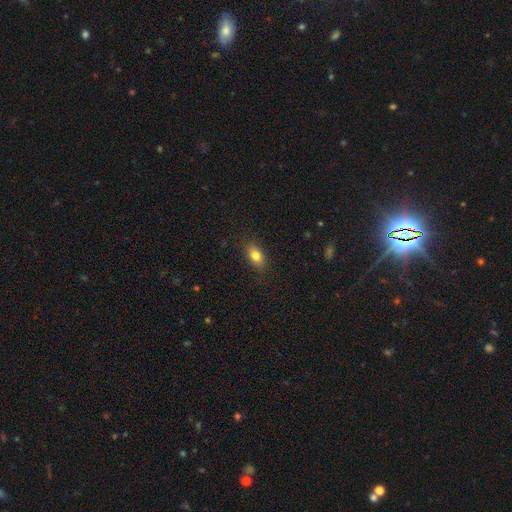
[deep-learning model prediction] smooth 80%, featured or disk 11%, star or artifact 9%. Down the decision tree: how rounded — in between (82%); merging — none (85%).